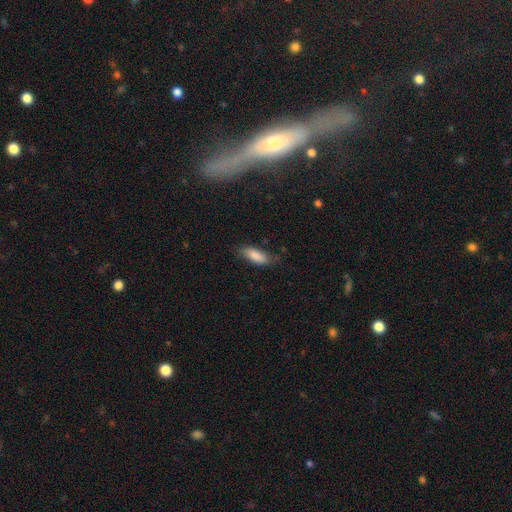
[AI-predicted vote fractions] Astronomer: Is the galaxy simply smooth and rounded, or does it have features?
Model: smooth — 85%.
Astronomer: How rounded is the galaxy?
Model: in between — 77%.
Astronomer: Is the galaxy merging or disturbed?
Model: none — 70%.